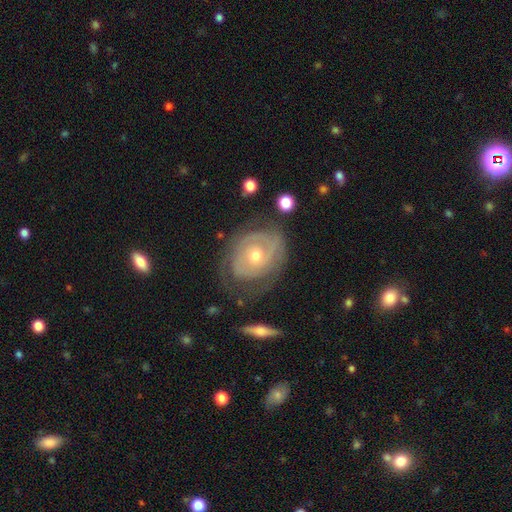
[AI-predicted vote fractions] featured or disk 77%, smooth 17%, star or artifact 6%. Down the decision tree: edge-on disk — no (96%); bar — no (77%); spiral arms — yes (78%); spiral arm count — can't tell (42%); spiral winding — tight (71%); bulge size — moderate (51%); merging — none (63%).